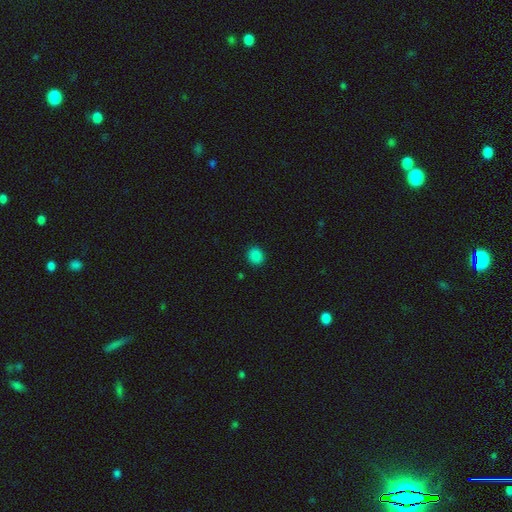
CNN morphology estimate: smooth 85%, star or artifact 12%, featured or disk 3%. Down the decision tree: how rounded — round (73%); merging — none (90%).